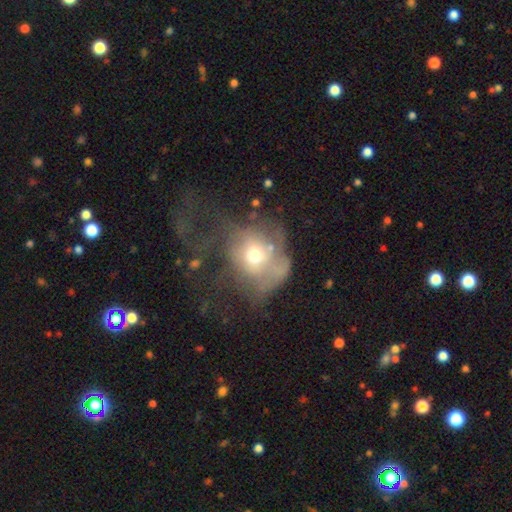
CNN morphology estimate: Smooth or featured? Predicted: smooth (p=0.44). Merging? Predicted: major disturbance (p=0.59).